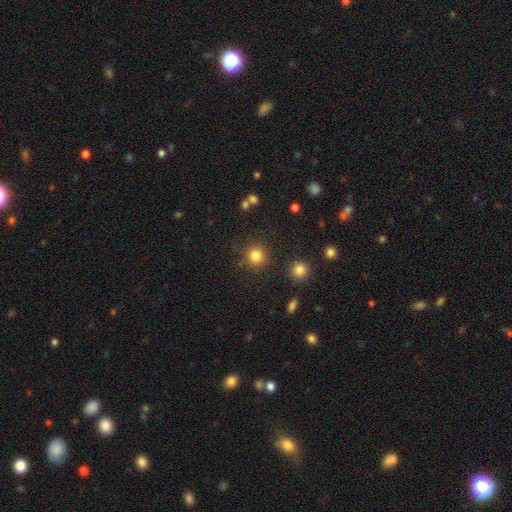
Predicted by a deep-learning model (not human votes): Overall: smooth (83%). How rounded: round (93%). Merging: none (87%).